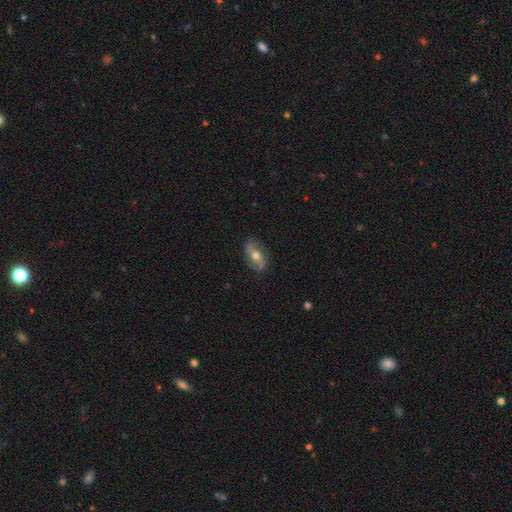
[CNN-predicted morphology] Smooth or featured: featured or disk — 66% (smooth — 27%)
Edge-on disk: no — 90% (yes — 10%)
Bar: no — 46% (weak — 32%)
Spiral arms: yes — 83% (no — 17%)
Bulge size: moderate — 74% (small — 13%)
Merging: none — 81% (minor disturbance — 14%)